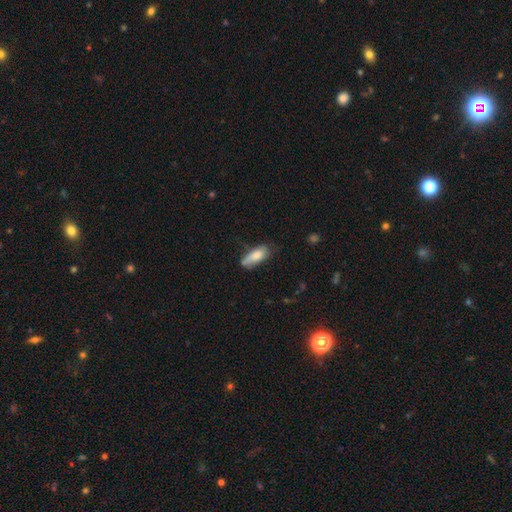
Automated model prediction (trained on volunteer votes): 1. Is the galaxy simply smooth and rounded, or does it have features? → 77% smooth, 16% featured or disk, 7% star or artifact.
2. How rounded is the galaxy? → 74% in between, 24% cigar-shaped, 2% round.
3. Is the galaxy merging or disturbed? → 51% none, 33% minor disturbance, 10% major disturbance, 5% merger.